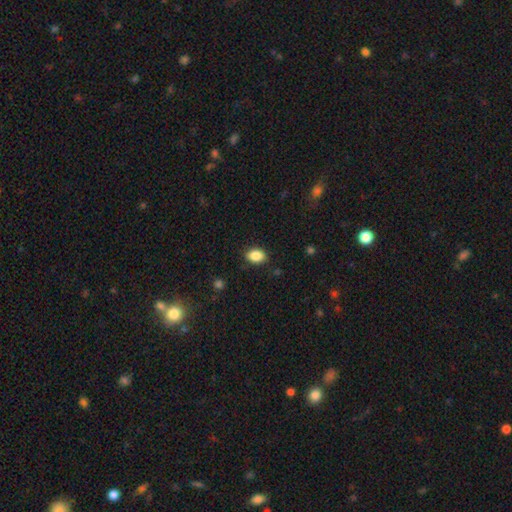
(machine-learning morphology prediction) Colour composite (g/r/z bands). It shows a smooth galaxy with no disk features (88%) that is in between round and cigar-shaped (80%). Merging: none (87%).